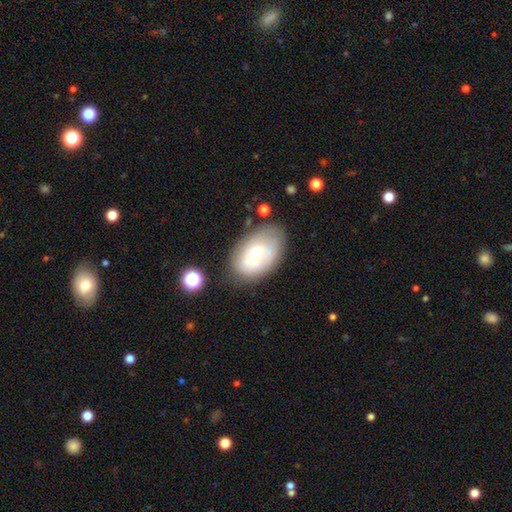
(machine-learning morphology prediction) Q: Smooth or featured?
A: featured or disk (47%); runner-up: smooth (45%)
Q: Merging?
A: none (69%); runner-up: minor disturbance (20%)